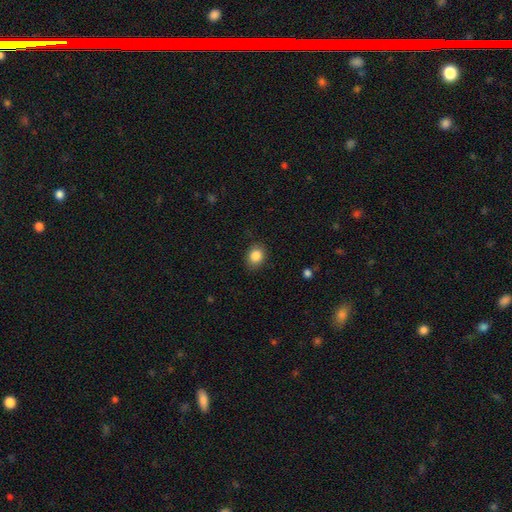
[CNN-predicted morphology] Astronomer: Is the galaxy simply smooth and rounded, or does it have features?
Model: smooth — 86%.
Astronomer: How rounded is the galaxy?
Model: round — 50% (runner-up: in between, 49%).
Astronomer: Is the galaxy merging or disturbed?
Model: none — 87%.